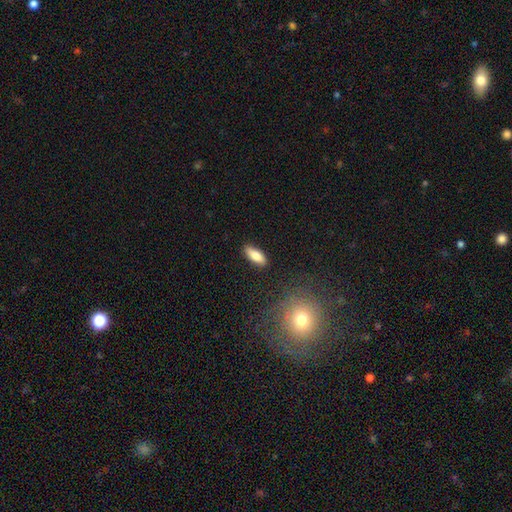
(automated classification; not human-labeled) Smooth or featured? Predicted: smooth (p=0.83). How rounded? Predicted: in between (p=0.68). Merging? Predicted: none (p=0.88).